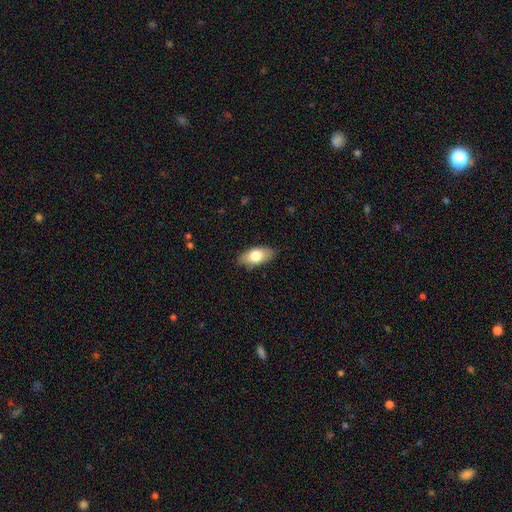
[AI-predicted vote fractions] smooth 75%, featured or disk 19%, star or artifact 6%. Down the decision tree: how rounded — in between (87%); merging — none (84%).